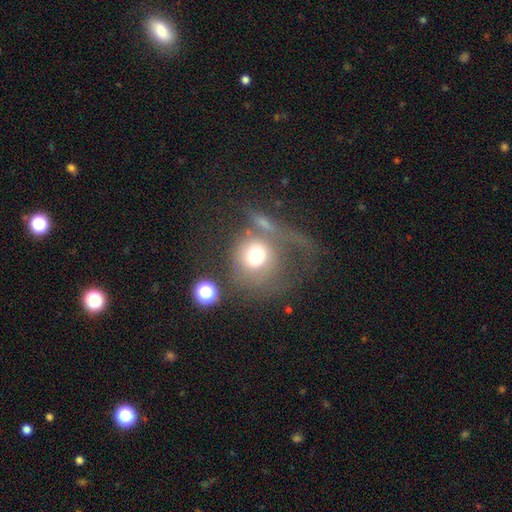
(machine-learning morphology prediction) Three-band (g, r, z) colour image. It shows a smooth galaxy with no disk features (61%) that is round (86%). Merging: major disturbance (41%).